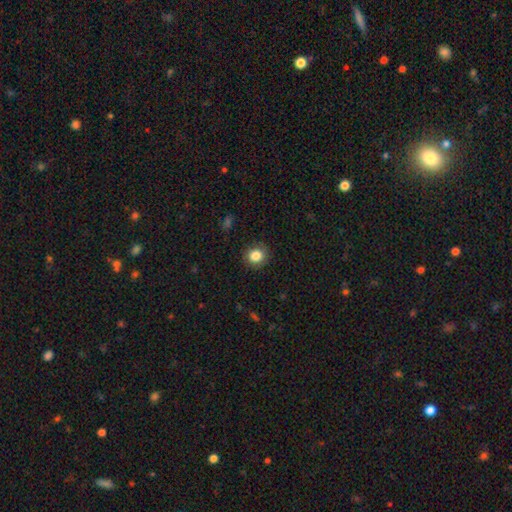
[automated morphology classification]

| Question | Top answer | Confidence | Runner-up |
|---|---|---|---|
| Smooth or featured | smooth | 84% | star or artifact (9%) |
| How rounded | round | 79% | in between (20%) |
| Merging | none | 87% | minor disturbance (10%) |